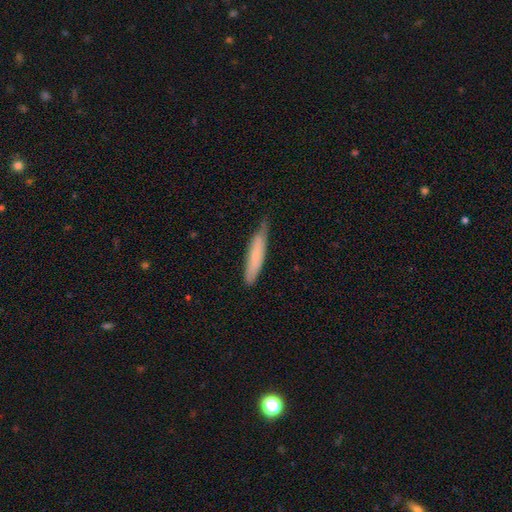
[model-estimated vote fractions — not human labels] A smooth galaxy with no disk features (67%) that is cigar-shaped (87%). Merging: none (65%).